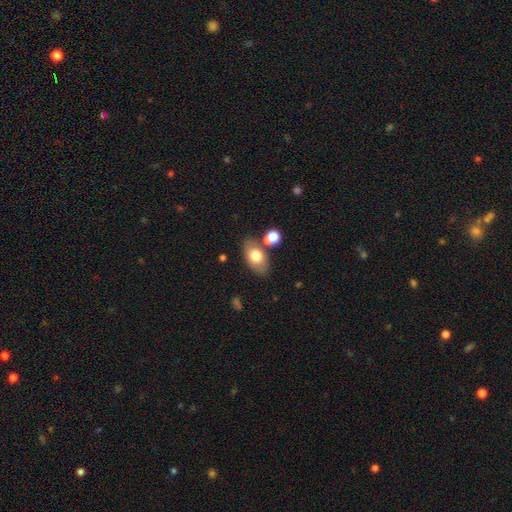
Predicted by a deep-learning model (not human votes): smooth-or-featured: smooth: 73% | featured or disk: 19% | star or artifact: 8%
  how-rounded: in between: 89% | round: 9% | cigar-shaped: 2%
  merging: none: 71% | minor disturbance: 14% | merger: 12% | major disturbance: 4%